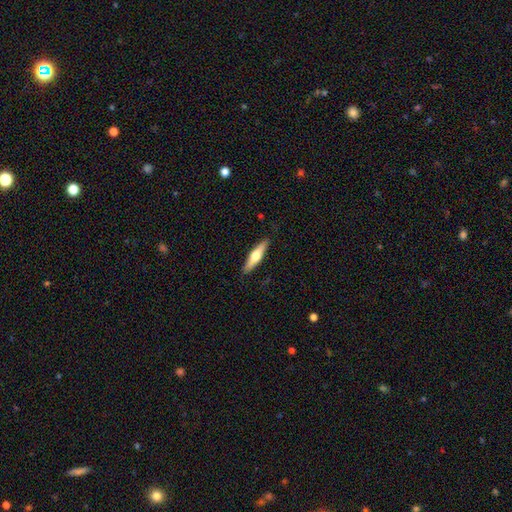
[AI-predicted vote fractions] Smooth or featured? Predicted: featured or disk (p=0.48). Merging? Predicted: none (p=0.89).